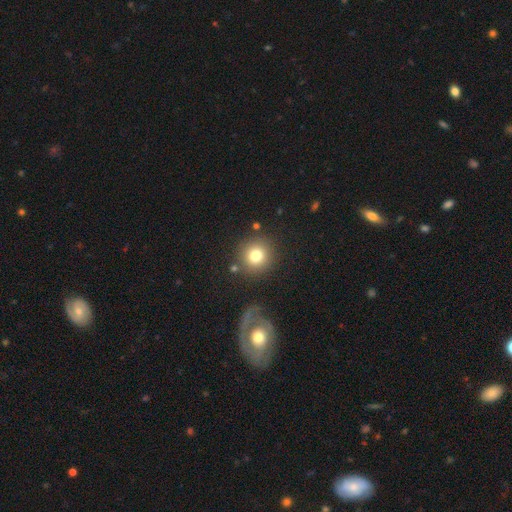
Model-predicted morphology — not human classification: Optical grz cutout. It shows a smooth galaxy with no disk features (79%) that is round (93%). Merging: none (82%).